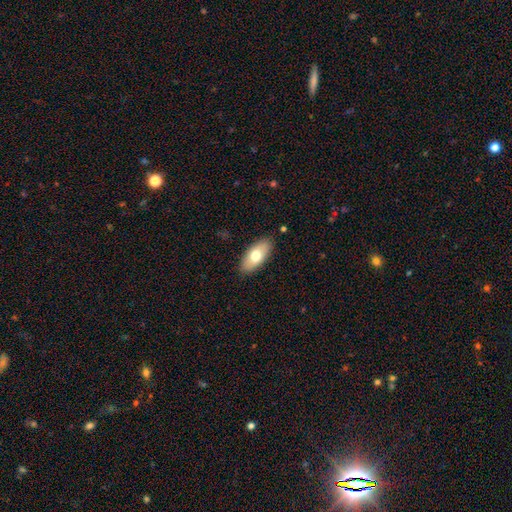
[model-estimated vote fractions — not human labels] This is likely a smooth galaxy (71%). How rounded: clearly in between (88%). Merging: clearly none (87%).